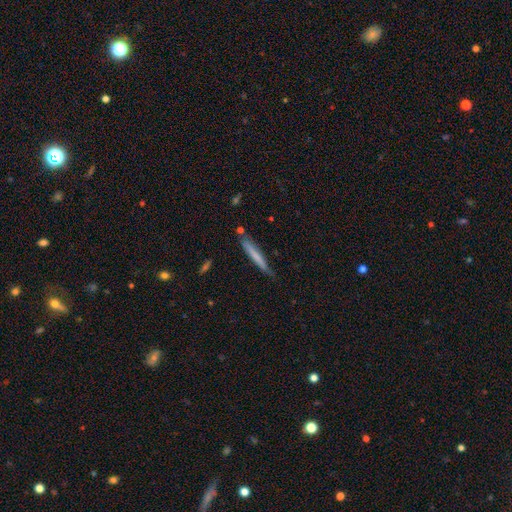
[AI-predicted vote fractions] smooth 67%, featured or disk 27%, star or artifact 6%. Down the decision tree: how rounded — cigar-shaped (96%); merging — none (75%).